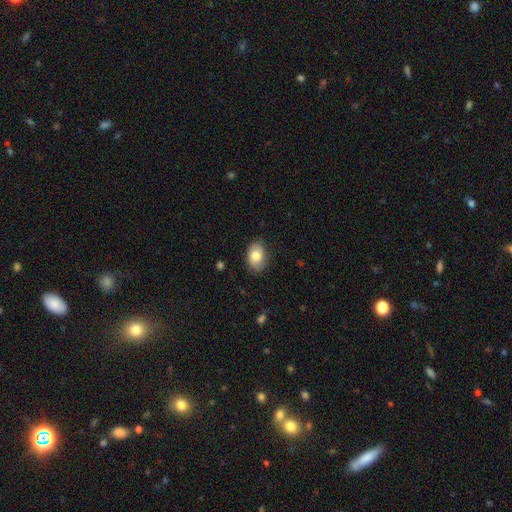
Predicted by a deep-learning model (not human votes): Q: Smooth or featured?
A: smooth (77%); runner-up: featured or disk (16%)
Q: How rounded?
A: in between (83%); runner-up: round (16%)
Q: Merging?
A: none (82%); runner-up: minor disturbance (14%)